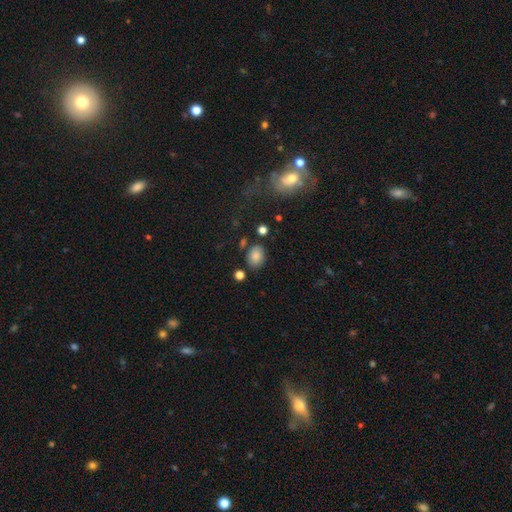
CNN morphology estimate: This is clearly a smooth galaxy (84%). How rounded: likely in between (68%). Merging: likely none (77%).